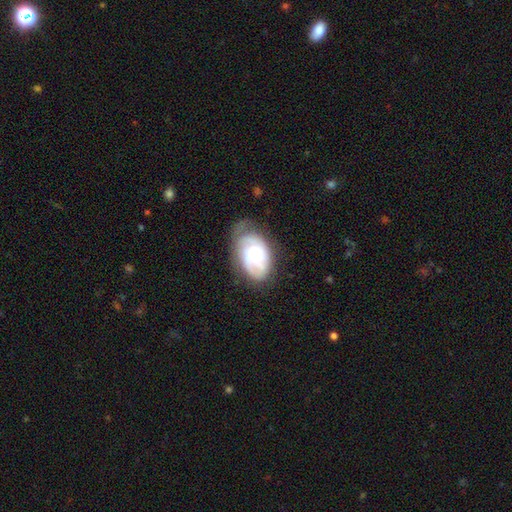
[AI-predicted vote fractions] smooth_or_featured: featured or disk (p=0.68) [alt: smooth p=0.26]
disk_edge_on: no (p=0.96) [alt: yes p=0.04]
bar: no (p=0.71) [alt: weak p=0.25]
has_spiral_arms: yes (p=0.87) [alt: no p=0.13]
spiral_winding: tight (p=0.56) [alt: medium p=0.33]
spiral_arm_count: can't tell (p=0.39) [alt: 2 p=0.28]
bulge_size: moderate (p=0.55) [alt: small p=0.30]
merging: none (p=0.52) [alt: minor disturbance p=0.31]